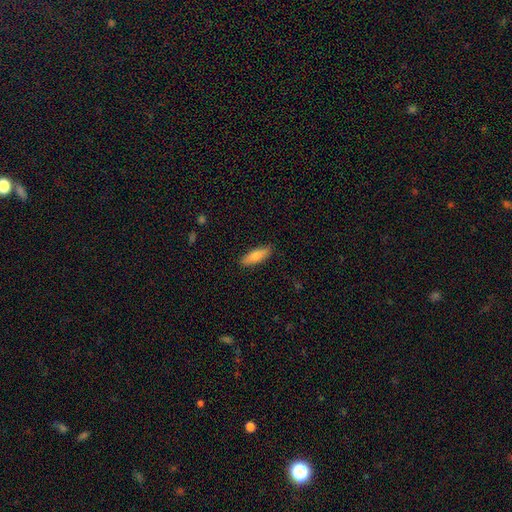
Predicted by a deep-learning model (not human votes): The model was most divided on "how rounded": in between: 58%, cigar-shaped: 40%, round: 2%. More confident: merging — none (88%); smooth or featured — smooth (80%).